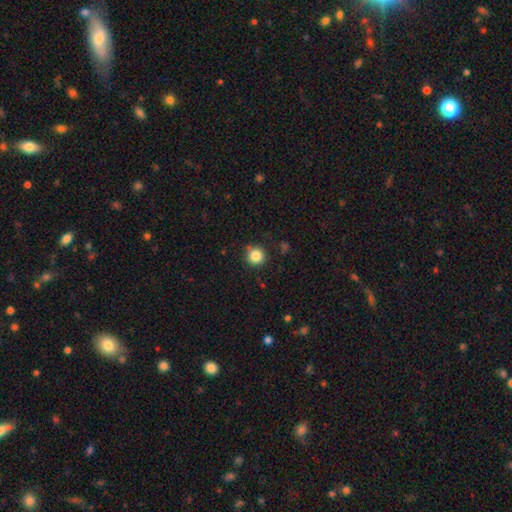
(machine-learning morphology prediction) The model was most divided on "smooth or featured": smooth: 84%, star or artifact: 11%, featured or disk: 4%. More confident: how rounded — round (95%); merging — none (87%).